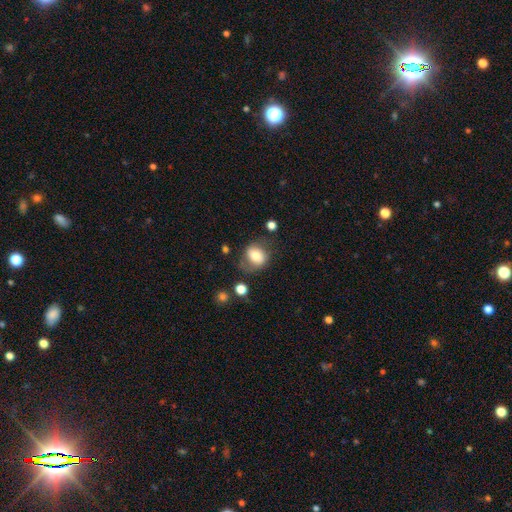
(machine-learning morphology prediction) The model was most divided on "how rounded": round: 58%, in between: 41%, cigar-shaped: 1%. More confident: smooth or featured — smooth (68%); merging — none (61%).